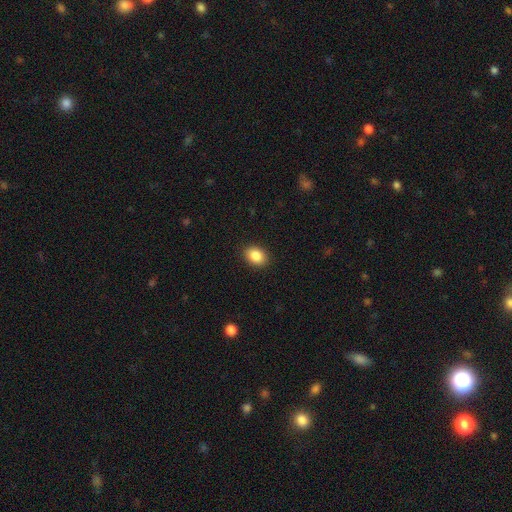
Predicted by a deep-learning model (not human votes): Q: Smooth or featured?
A: smooth (87%); runner-up: star or artifact (8%)
Q: How rounded?
A: in between (67%); runner-up: round (32%)
Q: Merging?
A: none (90%); runner-up: minor disturbance (7%)